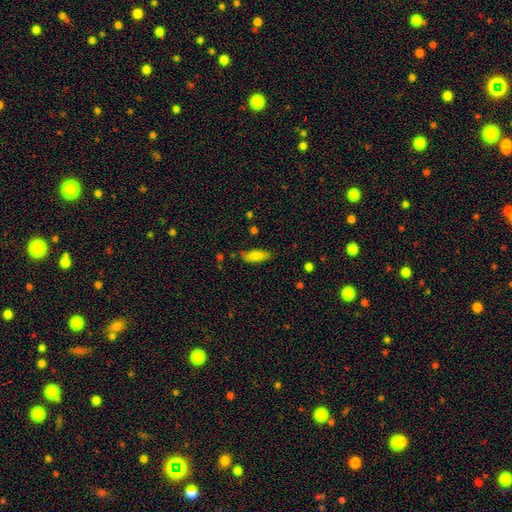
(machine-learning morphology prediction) This is clearly a smooth galaxy (82%). How rounded: likely in between (61%). Merging: likely none (76%).